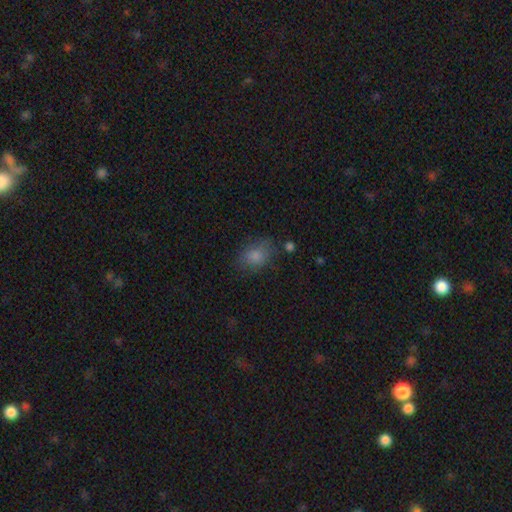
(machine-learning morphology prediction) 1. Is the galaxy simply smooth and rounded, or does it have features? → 82% smooth, 11% star or artifact, 7% featured or disk.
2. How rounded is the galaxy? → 71% in between, 27% round, 1% cigar-shaped.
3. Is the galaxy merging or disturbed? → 68% none, 21% minor disturbance, 8% major disturbance, 3% merger.